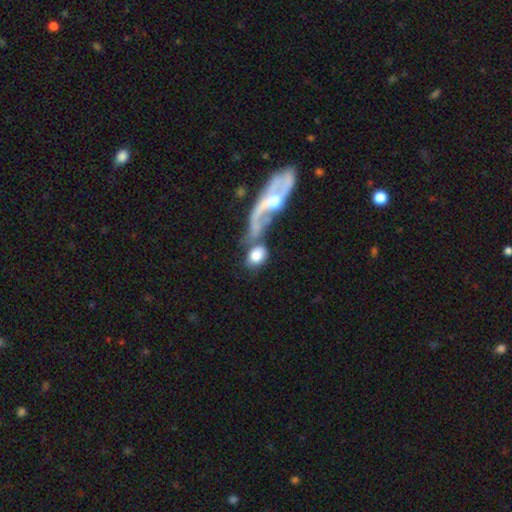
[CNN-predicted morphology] smooth 69%, featured or disk 23%, star or artifact 7%. Down the decision tree: how rounded — in between (57%); merging — merger (47%).